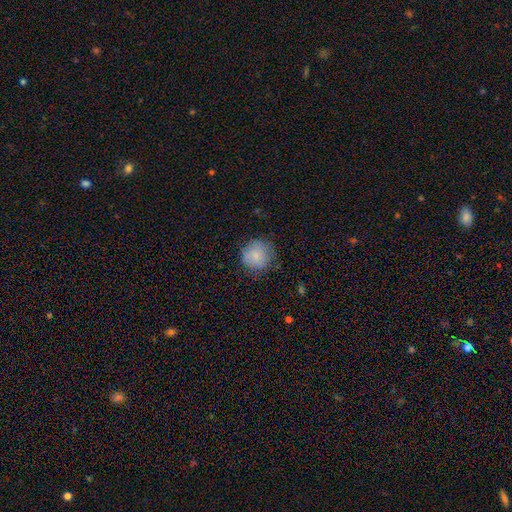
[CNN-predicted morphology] This is clearly a smooth galaxy (81%). How rounded: clearly round (92%). Merging: likely none (75%).